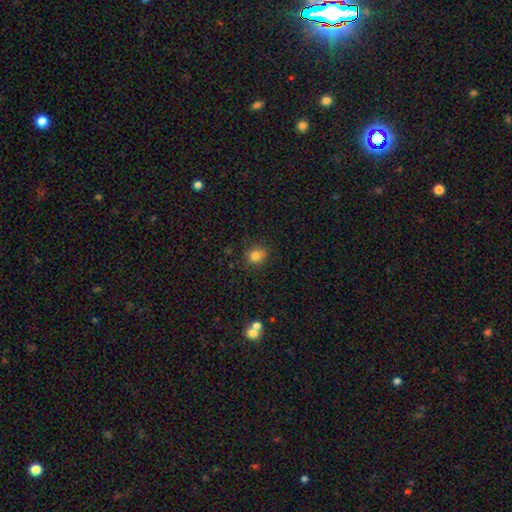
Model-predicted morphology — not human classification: A smooth galaxy with no disk features (82%) that is round (75%).

Vote fractions:
- Smooth or featured? smooth: 82% / star or artifact: 12% / featured or disk: 6%
- How rounded? round: 75% / in between: 24% / cigar-shaped: 1%
- Merging? none: 84% / minor disturbance: 11% / major disturbance: 3% / merger: 2%